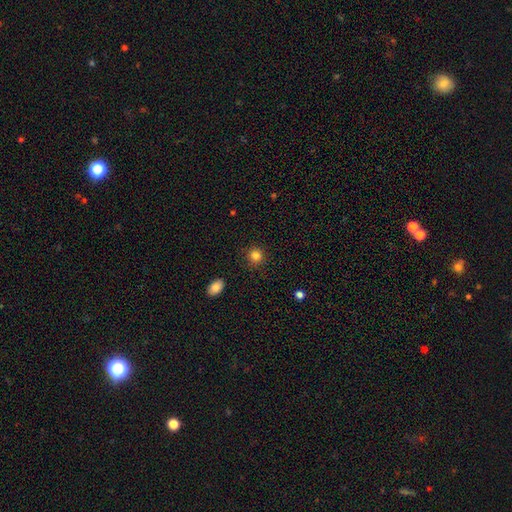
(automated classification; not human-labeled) Overall: smooth (85%). How rounded: round (91%). Merging: none (90%).